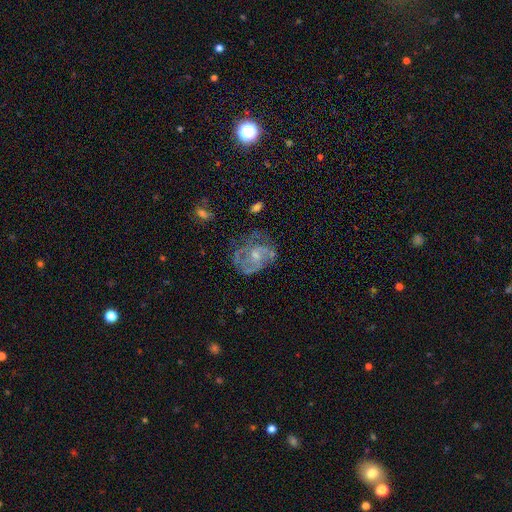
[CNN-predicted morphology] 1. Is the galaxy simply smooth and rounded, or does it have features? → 75% featured or disk, 16% smooth, 9% star or artifact.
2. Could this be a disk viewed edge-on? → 98% no, 2% yes.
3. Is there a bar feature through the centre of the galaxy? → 68% no, 28% weak, 4% strong.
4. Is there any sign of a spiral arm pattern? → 77% yes, 23% no.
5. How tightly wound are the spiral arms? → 42% medium, 41% tight, 18% loose.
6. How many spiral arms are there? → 36% can't tell, 32% 2, 17% 3, 7% 1, 5% 4, 4% more than 4.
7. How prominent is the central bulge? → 54% small, 35% moderate, 8% none, 2% large, 1% dominant.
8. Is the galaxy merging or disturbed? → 50% none, 23% minor disturbance, 23% major disturbance, 5% merger.